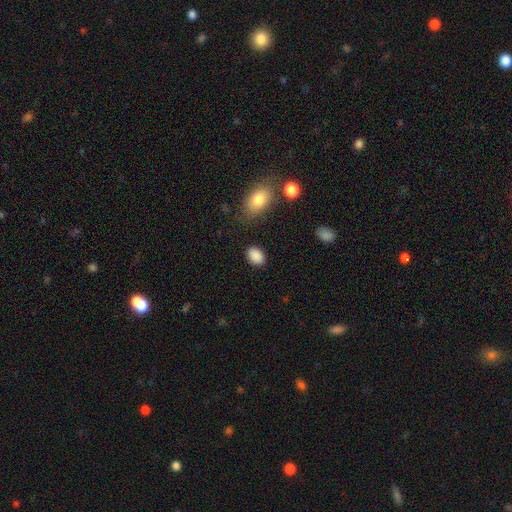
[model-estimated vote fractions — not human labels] Smooth or featured? Predicted: smooth (p=0.89). How rounded? Predicted: in between (p=0.79). Merging? Predicted: none (p=0.85).